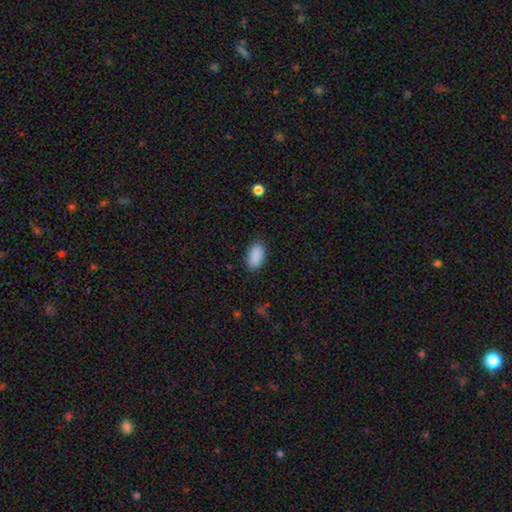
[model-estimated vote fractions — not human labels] Smooth or featured?
  - smooth: 90% *
  - star or artifact: 7%
  - featured or disk: 3%
How rounded?
  - in between: 93% *
  - round: 4%
  - cigar-shaped: 3%
Merging?
  - none: 87% *
  - minor disturbance: 10%
  - major disturbance: 3%
  - merger: 1%